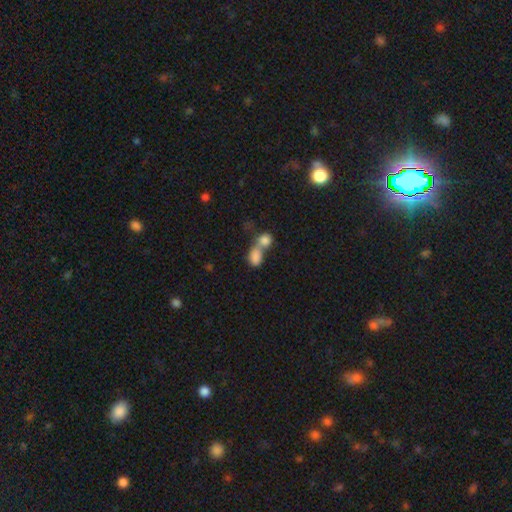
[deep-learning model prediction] Morphology: type=smooth (82%); roundness=in between (68%); merging=merger (74%).